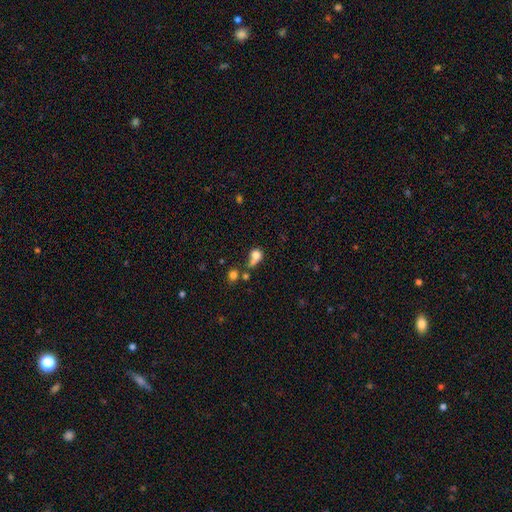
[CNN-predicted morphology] Smooth or featured? Predicted: smooth (p=0.74). How rounded? Predicted: round (p=0.53). Merging? Predicted: merger (p=0.32).